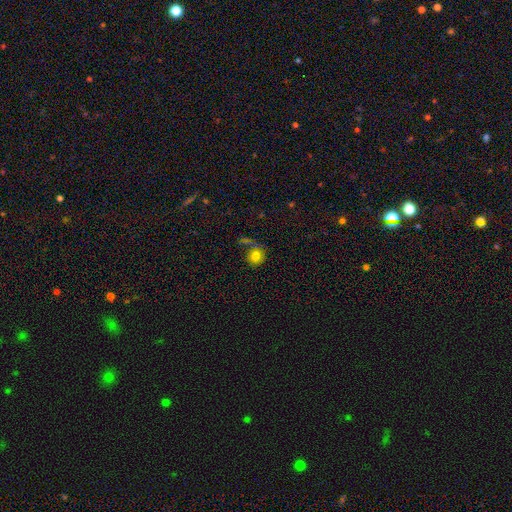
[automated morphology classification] Smooth or featured? Predicted: smooth (p=0.73). How rounded? Predicted: round (p=0.72). Merging? Predicted: none (p=0.39).